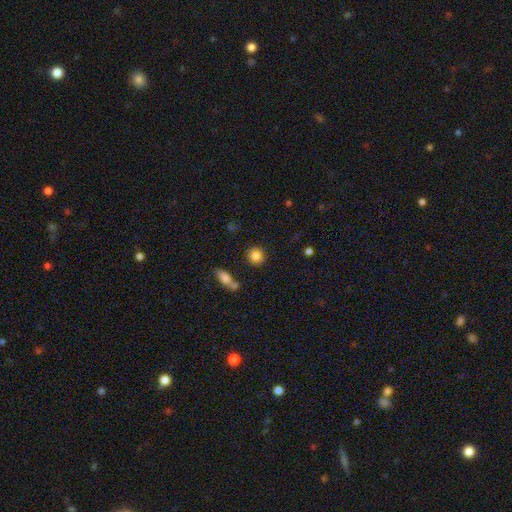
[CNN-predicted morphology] Overall: smooth (84%). How rounded: round (89%). Merging: none (84%).